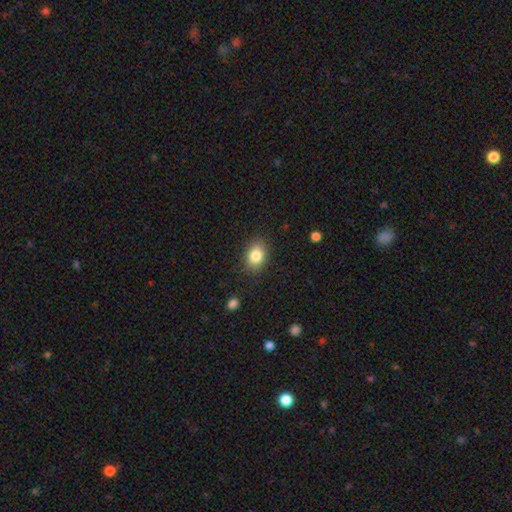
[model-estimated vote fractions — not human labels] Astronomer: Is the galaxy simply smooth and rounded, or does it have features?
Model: smooth — 84%.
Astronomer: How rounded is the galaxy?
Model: in between — 72%.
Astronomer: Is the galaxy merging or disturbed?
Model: none — 85%.